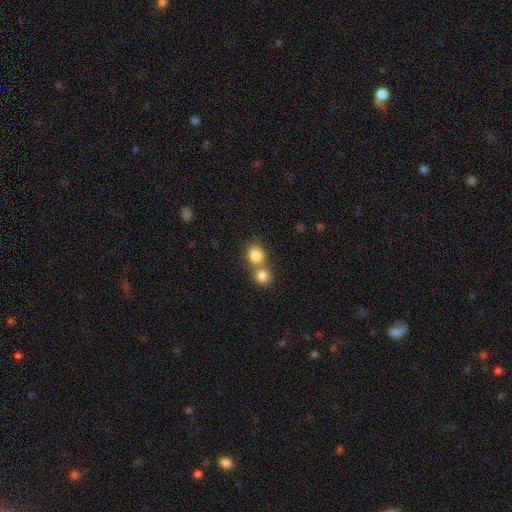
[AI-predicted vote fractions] The model was most divided on "merging": merger: 53%, none: 39%, minor disturbance: 6%, major disturbance: 2%. More confident: smooth or featured — smooth (82%); how rounded — round (80%).